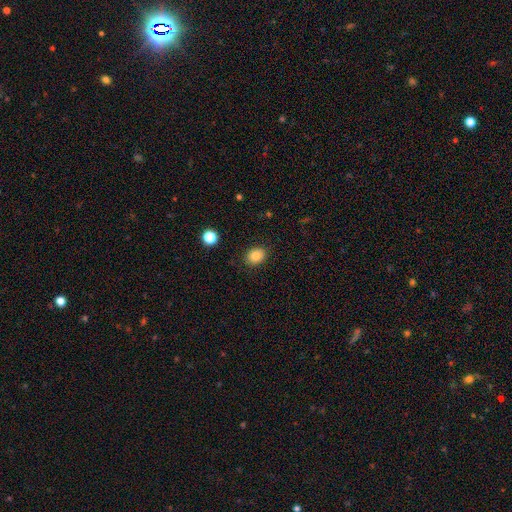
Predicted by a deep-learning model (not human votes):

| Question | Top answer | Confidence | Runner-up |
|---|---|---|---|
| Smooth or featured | smooth | 84% | star or artifact (10%) |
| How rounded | in between | 57% | round (43%) |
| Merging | none | 88% | minor disturbance (9%) |